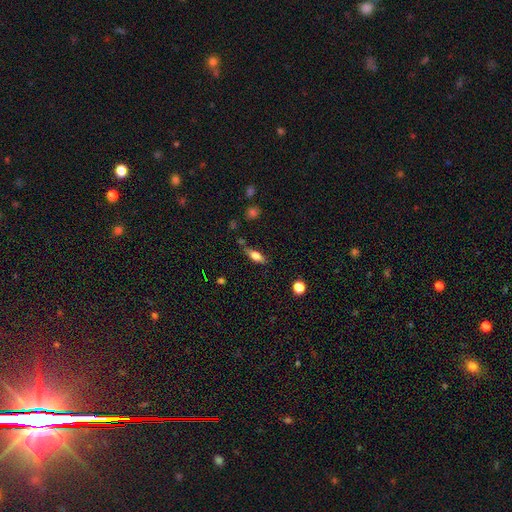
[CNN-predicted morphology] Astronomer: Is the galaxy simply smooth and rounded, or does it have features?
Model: smooth — 61%.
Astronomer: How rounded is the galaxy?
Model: in between — 61%.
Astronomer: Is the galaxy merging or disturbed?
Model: none — 73%.